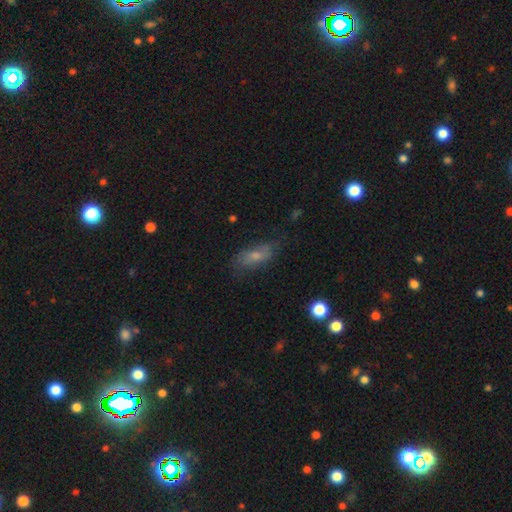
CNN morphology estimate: smooth_or_featured: smooth (p=0.53) [alt: featured or disk p=0.34]
how_rounded: in between (p=0.72) [alt: cigar-shaped p=0.23]
merging: none (p=0.68) [alt: minor disturbance p=0.22]